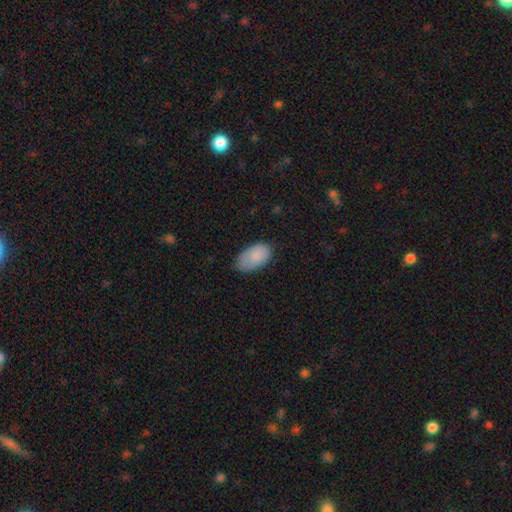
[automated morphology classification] This is clearly a smooth galaxy (86%). How rounded: clearly in between (95%). Merging: likely none (67%).